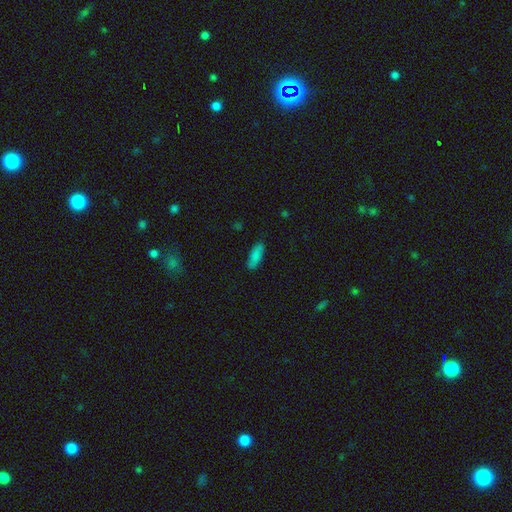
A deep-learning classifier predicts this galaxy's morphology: smooth-or-featured: smooth: 83% | featured or disk: 9% | star or artifact: 8%
  how-rounded: in between: 64% | cigar-shaped: 34% | round: 2%
  merging: none: 82% | minor disturbance: 14% | major disturbance: 3% | merger: 2%